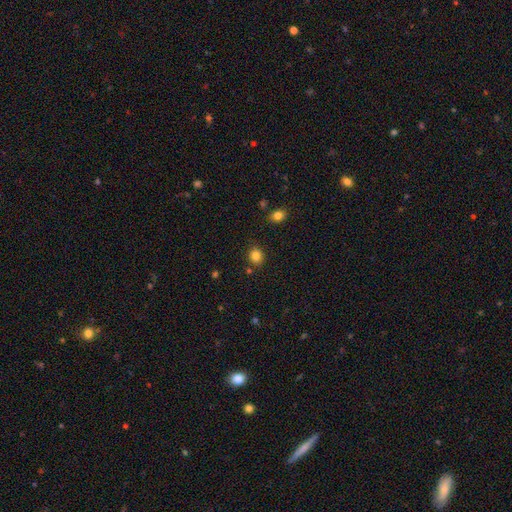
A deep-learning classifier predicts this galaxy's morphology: Smooth or featured? smooth (83%)
How rounded? round (73%)
Merging? none (85%)